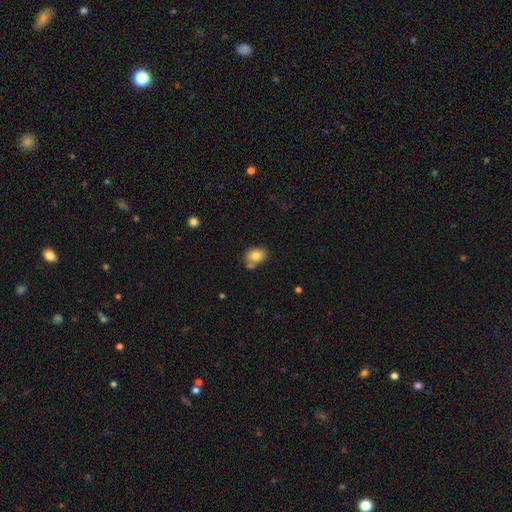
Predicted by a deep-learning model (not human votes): This appears to be a smooth galaxy with no disk features (81%) that is in between round and cigar-shaped (65%). Merging: none (60%).